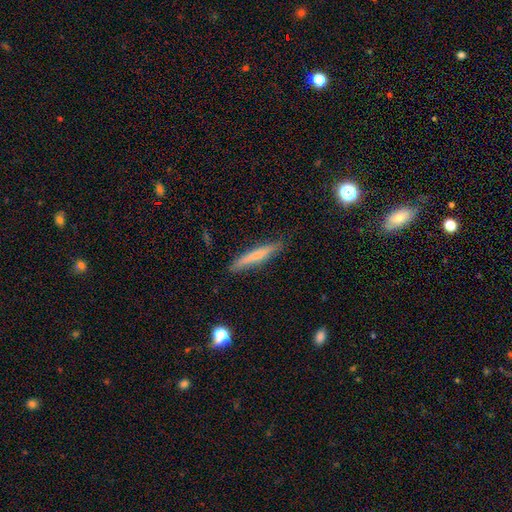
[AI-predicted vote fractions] The model was most divided on "smooth or featured": smooth: 67%, featured or disk: 26%, star or artifact: 7%. More confident: how rounded — cigar-shaped (94%); merging — none (87%).